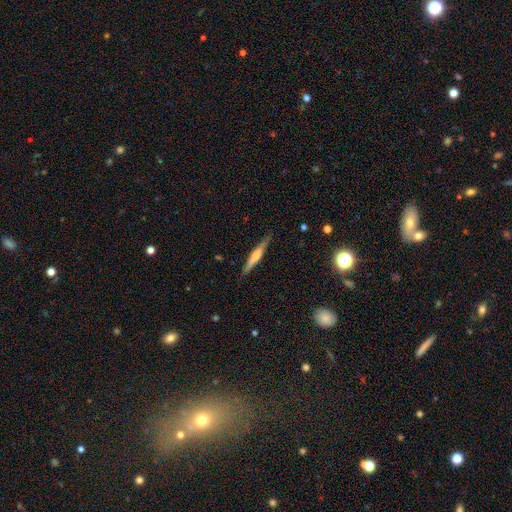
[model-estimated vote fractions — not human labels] Overall: featured or disk (64%; smooth 29%). Edge-on disk: yes (97%). Edge-on bulge: rounded (71%). Merging: none (87%).